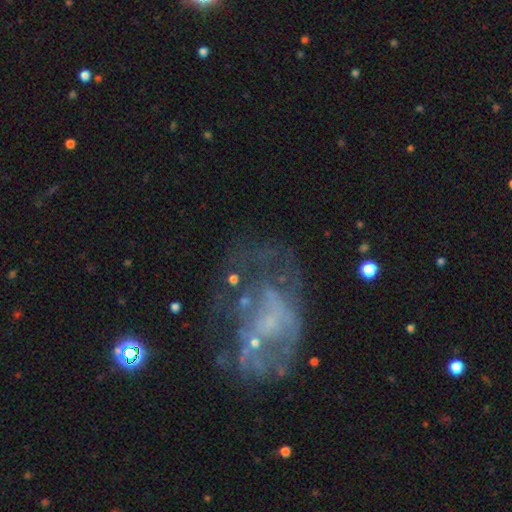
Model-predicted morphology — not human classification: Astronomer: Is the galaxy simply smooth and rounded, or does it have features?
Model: featured or disk — 60%.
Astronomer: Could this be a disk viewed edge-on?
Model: no — 97%.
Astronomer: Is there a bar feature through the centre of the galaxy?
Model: no — 81%.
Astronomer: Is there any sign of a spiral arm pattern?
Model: no — 69%.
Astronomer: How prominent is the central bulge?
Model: none — 56% (runner-up: small, 33%).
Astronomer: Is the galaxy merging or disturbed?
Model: major disturbance — 39% (runner-up: none, 35%).